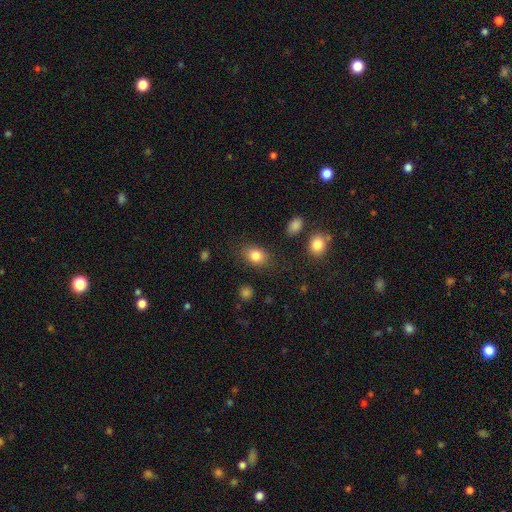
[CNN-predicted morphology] Smooth or featured? smooth (82%)
How rounded? in between (68%)
Merging? none (81%)